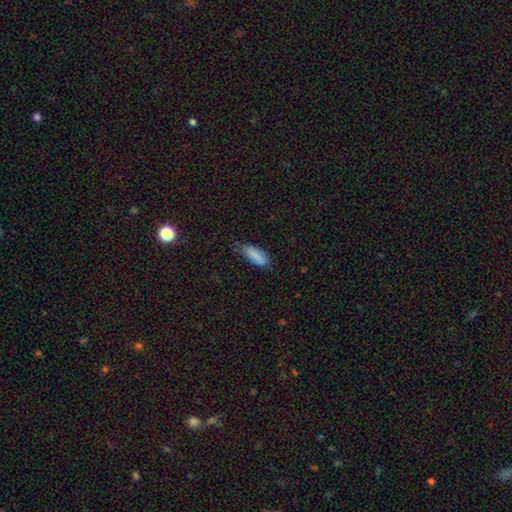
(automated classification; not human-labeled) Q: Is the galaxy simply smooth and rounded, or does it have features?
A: smooth — 85%.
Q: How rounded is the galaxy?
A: in between — 75%.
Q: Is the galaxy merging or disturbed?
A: none — 48%.